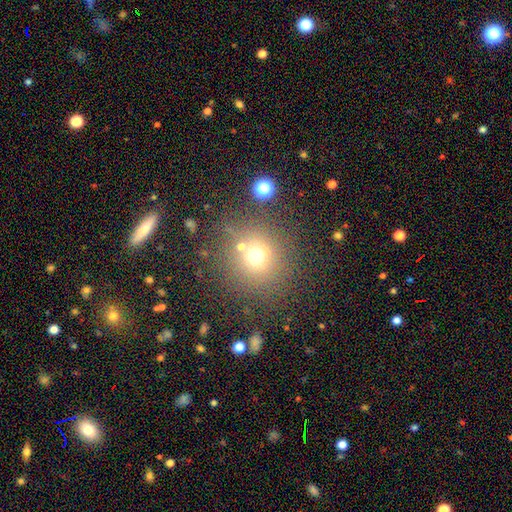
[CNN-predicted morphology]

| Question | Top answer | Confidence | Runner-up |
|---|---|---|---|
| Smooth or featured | smooth | 66% | star or artifact (23%) |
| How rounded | round | 90% | in between (9%) |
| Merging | none | 76% | minor disturbance (10%) |